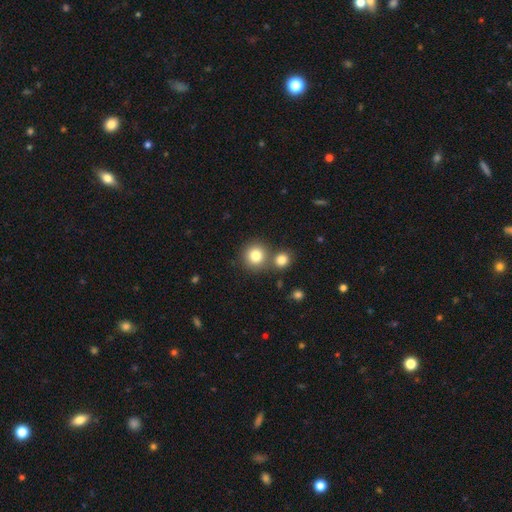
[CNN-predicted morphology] Smooth or featured? smooth (82%)
How rounded? round (91%)
Merging? none (68%)